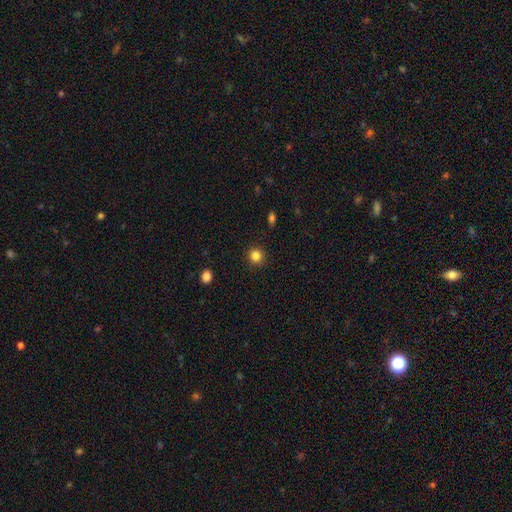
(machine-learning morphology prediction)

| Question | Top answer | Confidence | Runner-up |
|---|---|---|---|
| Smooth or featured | smooth | 84% | star or artifact (12%) |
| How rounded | round | 91% | in between (8%) |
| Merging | none | 90% | minor disturbance (7%) |